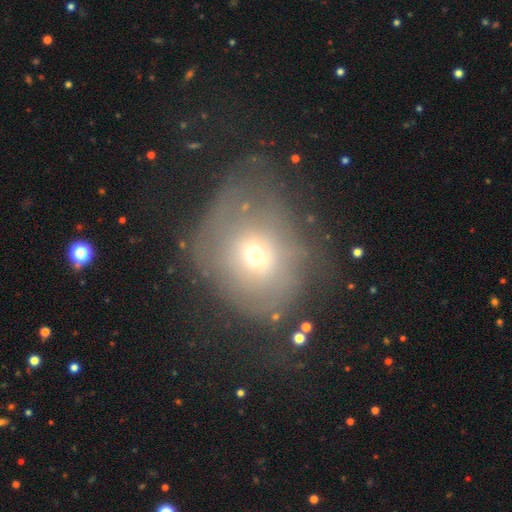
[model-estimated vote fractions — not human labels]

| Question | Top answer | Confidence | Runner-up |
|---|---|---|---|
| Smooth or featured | smooth | 57% | featured or disk (25%) |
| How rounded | round | 69% | in between (30%) |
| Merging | none | 36% | major disturbance (35%) |